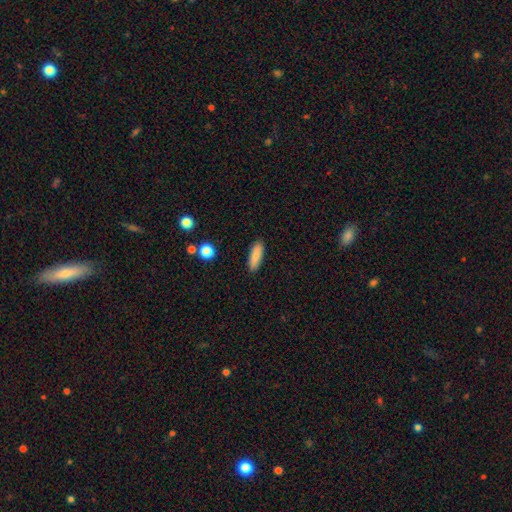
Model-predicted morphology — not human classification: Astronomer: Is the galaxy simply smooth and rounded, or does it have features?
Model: smooth — 82%.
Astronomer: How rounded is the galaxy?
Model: in between — 57% (runner-up: cigar-shaped, 41%).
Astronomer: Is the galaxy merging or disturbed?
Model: none — 88%.